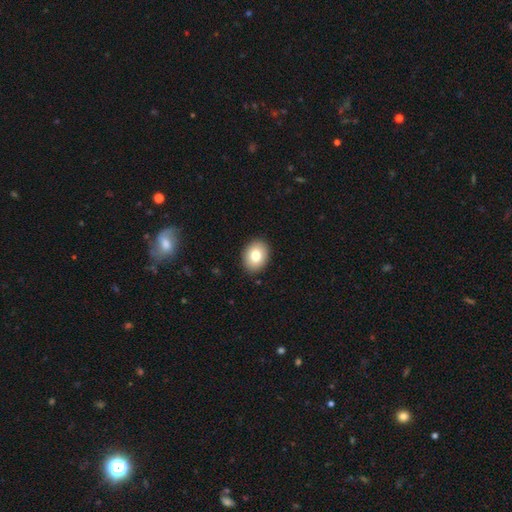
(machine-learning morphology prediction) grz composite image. It shows a smooth galaxy with no disk features (80%) that is in between round and cigar-shaped (59%). Merging: none (89%).